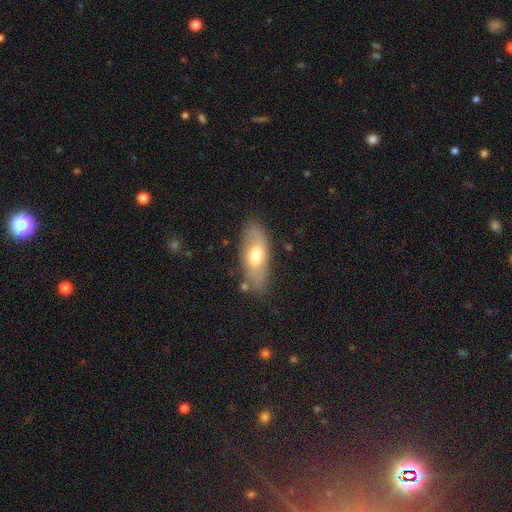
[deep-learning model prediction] The model was most divided on "smooth or featured": smooth: 58%, featured or disk: 35%, star or artifact: 6%. More confident: how rounded — in between (83%); merging — none (79%).